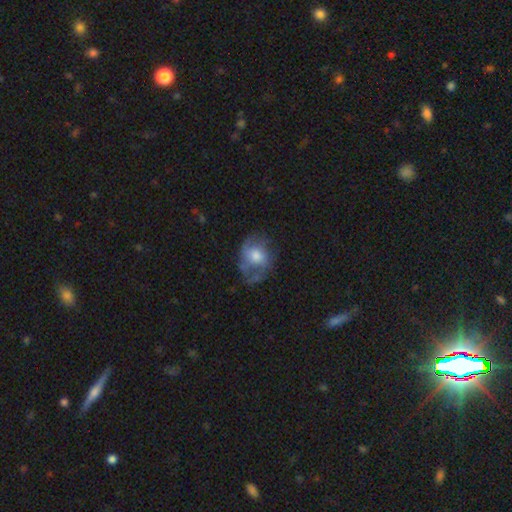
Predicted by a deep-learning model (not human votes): Smooth or featured? Predicted: featured or disk (p=0.52). Edge-on disk? Predicted: no (p=0.97). Bar? Predicted: no (p=0.73). Spiral arms? Predicted: yes (p=0.65). Bulge size? Predicted: moderate (p=0.50). Merging? Predicted: none (p=0.48).